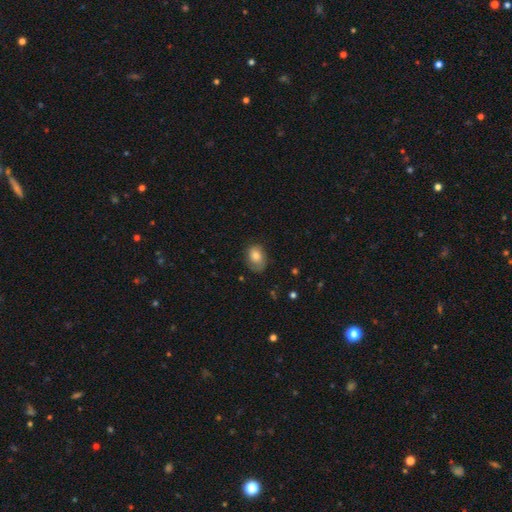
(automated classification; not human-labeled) A smooth galaxy with no disk features (71%) that is in between round and cigar-shaped (70%). Merging: none (63%).